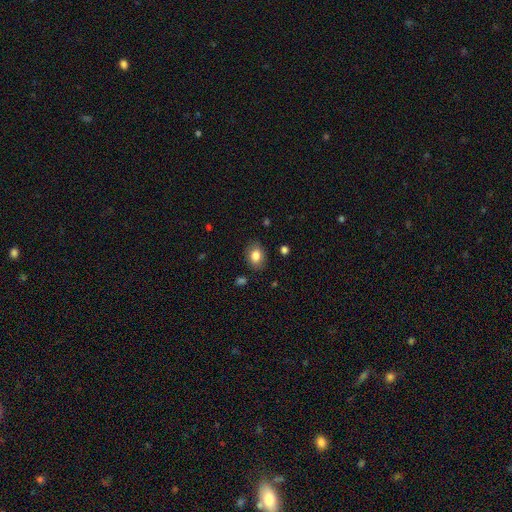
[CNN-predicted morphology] A smooth galaxy with no disk features (83%) that is in between round and cigar-shaped (67%).

Vote fractions:
- Smooth or featured? smooth: 83% / star or artifact: 9% / featured or disk: 8%
- How rounded? in between: 67% / round: 32% / cigar-shaped: 1%
- Merging? none: 84% / minor disturbance: 12% / major disturbance: 3% / merger: 2%